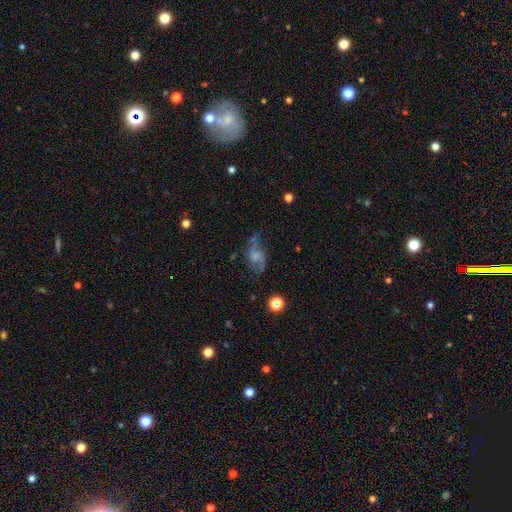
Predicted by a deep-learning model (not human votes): smooth_or_featured: featured or disk (p=0.51) [alt: smooth p=0.35]
disk_edge_on: no (p=0.93) [alt: yes p=0.07]
merging: none (p=0.49) [alt: minor disturbance p=0.25]